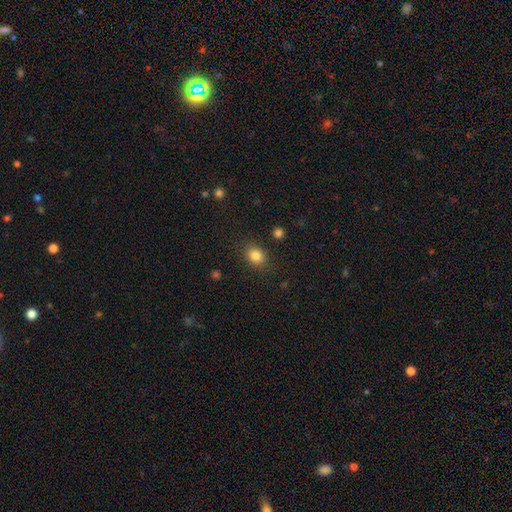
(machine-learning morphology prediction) Smooth or featured? smooth (84%)
How rounded? round (51%)
Merging? none (85%)